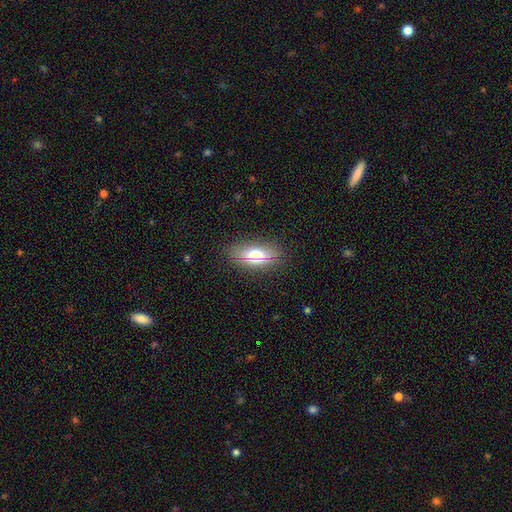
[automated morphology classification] Q: Smooth or featured?
A: smooth (61%); runner-up: featured or disk (28%)
Q: How rounded?
A: in between (75%); runner-up: cigar-shaped (17%)
Q: Merging?
A: none (85%); runner-up: minor disturbance (10%)